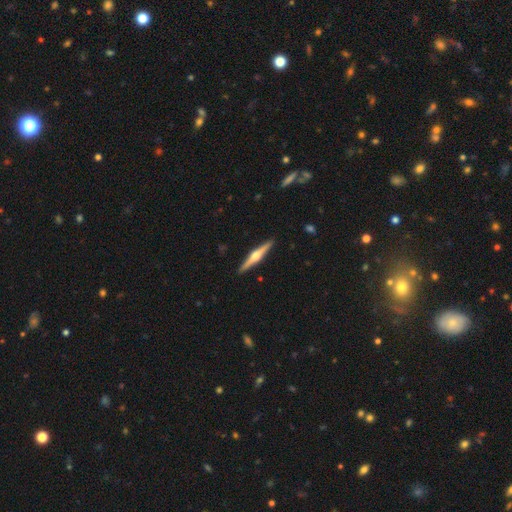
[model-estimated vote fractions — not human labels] Smooth or featured?
  - featured or disk: 77% *
  - smooth: 18%
  - star or artifact: 5%
Edge-on disk?
  - yes: 98% *
  - no: 2%
Edge-on bulge?
  - rounded: 93% *
  - boxy: 4%
  - none: 2%
Merging?
  - none: 92% *
  - minor disturbance: 6%
  - major disturbance: 1%
  - merger: 1%